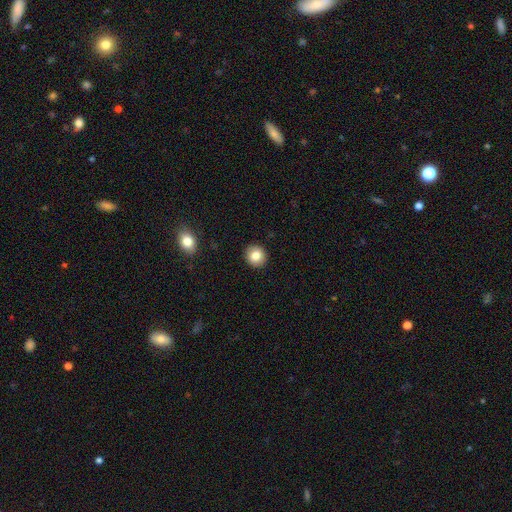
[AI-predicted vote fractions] smooth 83%, star or artifact 9%, featured or disk 8%. Down the decision tree: how rounded — round (87%); merging — none (92%).